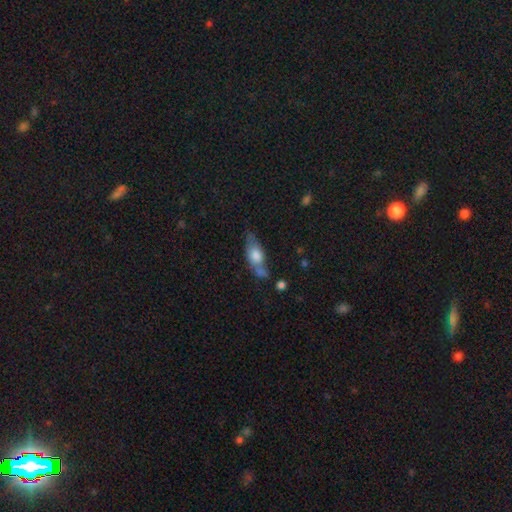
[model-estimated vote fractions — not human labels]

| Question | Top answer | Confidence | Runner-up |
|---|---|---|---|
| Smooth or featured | smooth | 59% | featured or disk (34%) |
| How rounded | in between | 70% | cigar-shaped (24%) |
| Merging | none | 48% | minor disturbance (26%) |